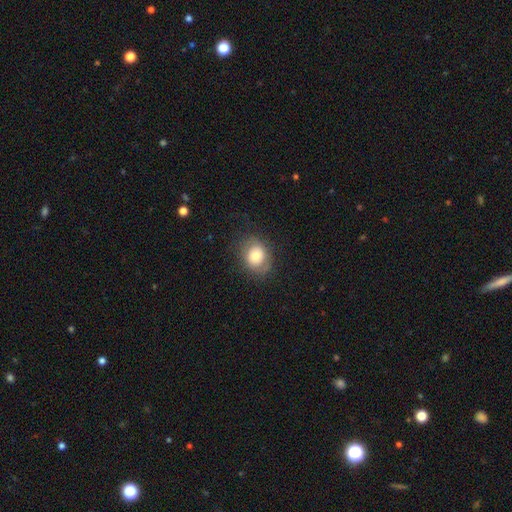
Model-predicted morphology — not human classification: Smooth or featured?
  - smooth: 70% *
  - featured or disk: 21%
  - star or artifact: 9%
How rounded?
  - round: 59% *
  - in between: 40%
  - cigar-shaped: 1%
Merging?
  - none: 72% *
  - minor disturbance: 18%
  - major disturbance: 9%
  - merger: 1%